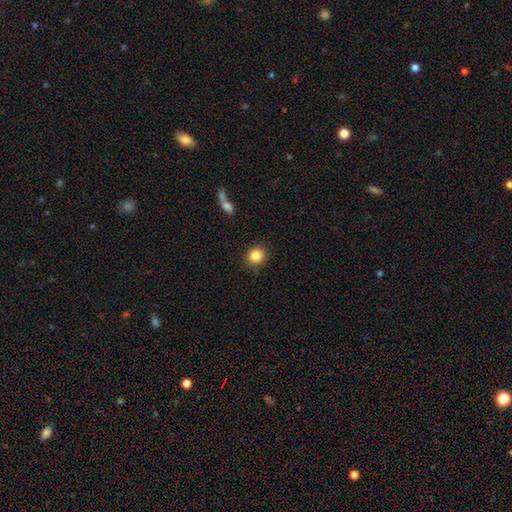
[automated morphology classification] This appears to be a smooth galaxy with no disk features (85%) that is round (89%). Merging: none (89%).